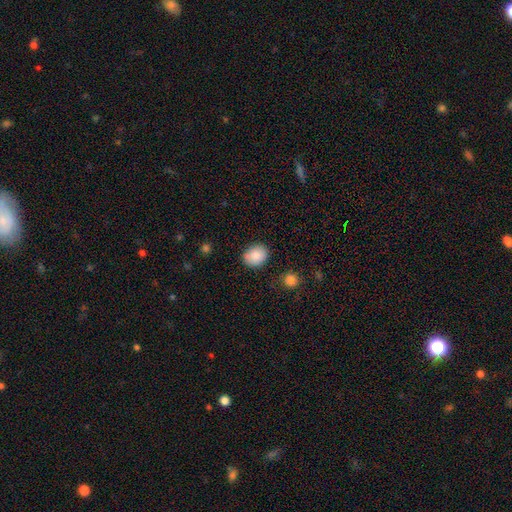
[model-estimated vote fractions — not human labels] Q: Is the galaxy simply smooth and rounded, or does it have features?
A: smooth — 86%.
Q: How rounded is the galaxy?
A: round — 52%.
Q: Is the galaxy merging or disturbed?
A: none — 81%.